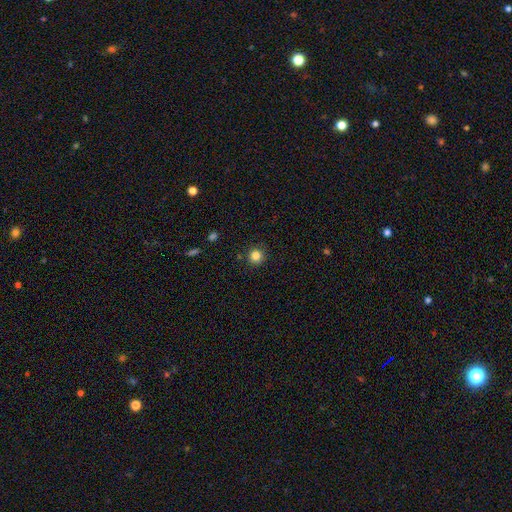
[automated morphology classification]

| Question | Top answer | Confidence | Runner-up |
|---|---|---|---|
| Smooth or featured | smooth | 83% | star or artifact (12%) |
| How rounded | round | 95% | in between (4%) |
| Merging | none | 90% | minor disturbance (6%) |